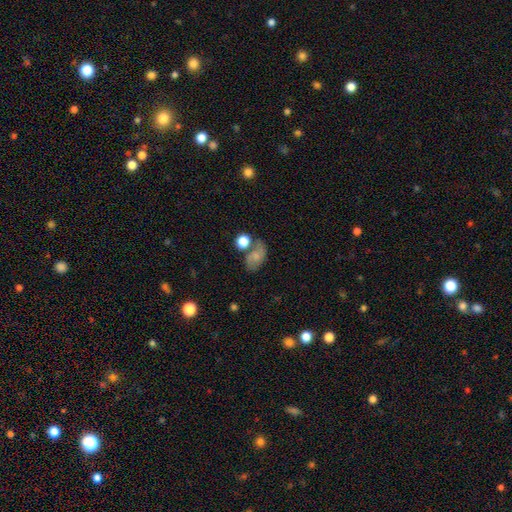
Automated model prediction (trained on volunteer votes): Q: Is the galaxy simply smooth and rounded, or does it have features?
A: smooth — 53%.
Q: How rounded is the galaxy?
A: in between — 78%.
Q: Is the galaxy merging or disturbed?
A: none — 46%.